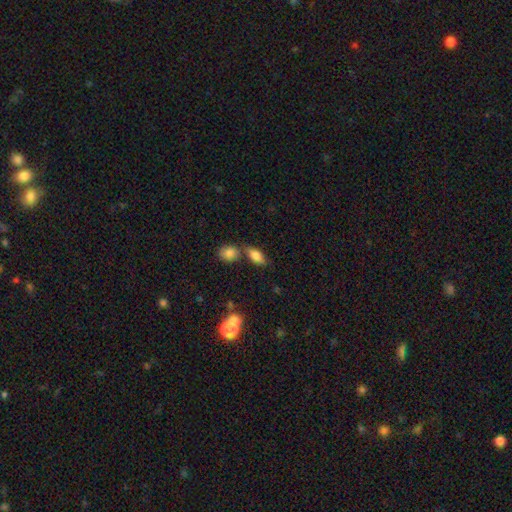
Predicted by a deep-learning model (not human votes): smooth 78%, featured or disk 13%, star or artifact 9%. Down the decision tree: how rounded — in between (80%); merging — none (62%).